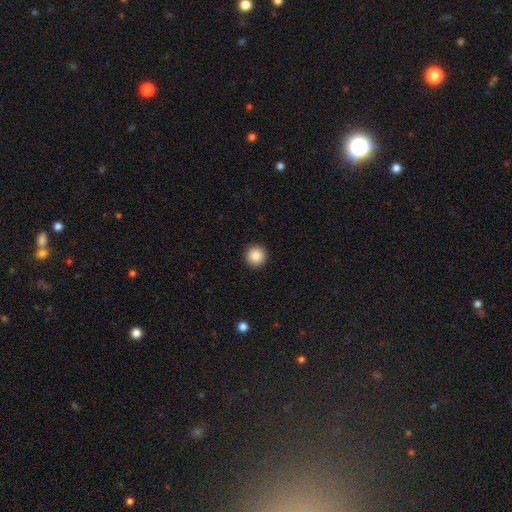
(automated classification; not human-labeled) Q: Smooth or featured?
A: smooth (88%); runner-up: star or artifact (9%)
Q: How rounded?
A: round (95%); runner-up: in between (4%)
Q: Merging?
A: none (93%); runner-up: minor disturbance (4%)